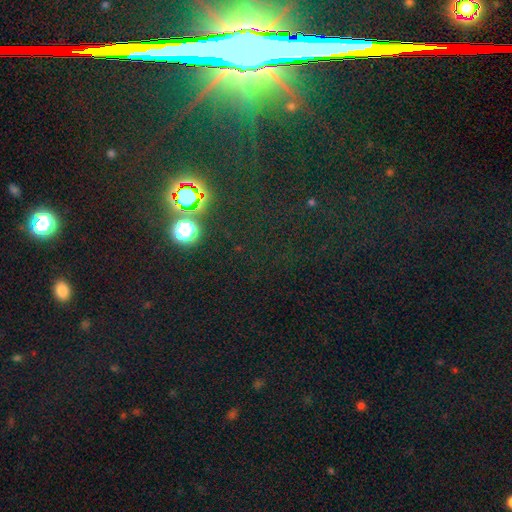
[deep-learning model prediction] Smooth or featured: star or artifact — 73% (smooth — 14%)